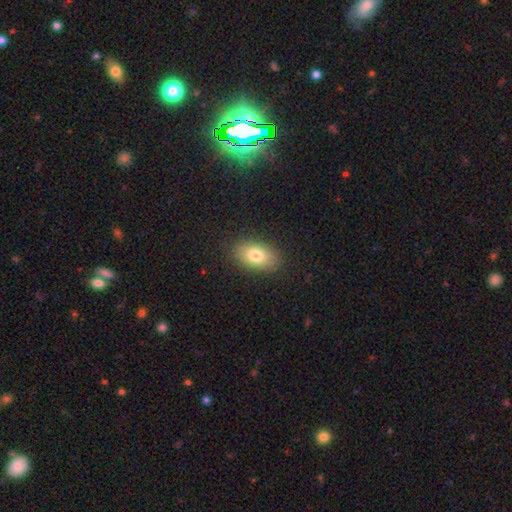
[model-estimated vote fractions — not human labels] Q: Smooth or featured?
A: smooth (78%); runner-up: featured or disk (13%)
Q: How rounded?
A: in between (89%); runner-up: round (9%)
Q: Merging?
A: none (87%); runner-up: minor disturbance (9%)